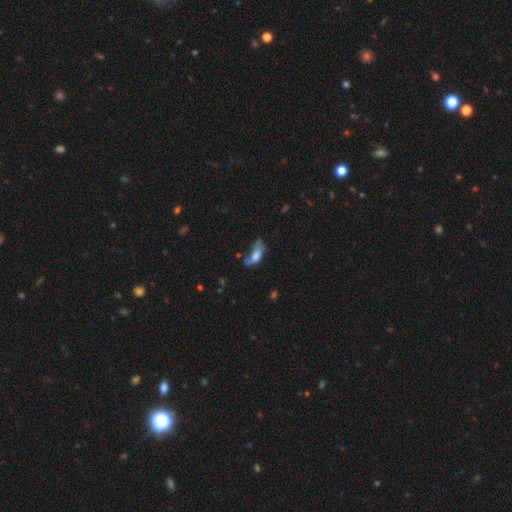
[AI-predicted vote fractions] smooth 59%, featured or disk 30%, star or artifact 12%. Down the decision tree: how rounded — in between (80%); merging — major disturbance (33%).